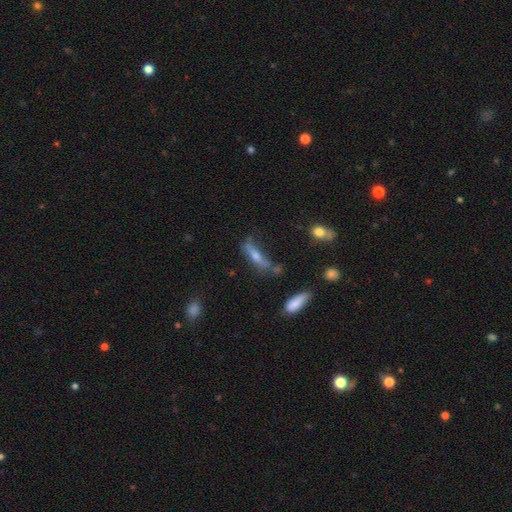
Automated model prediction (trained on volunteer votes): Morphology: type=featured or disk (45%); merging=none (52%).